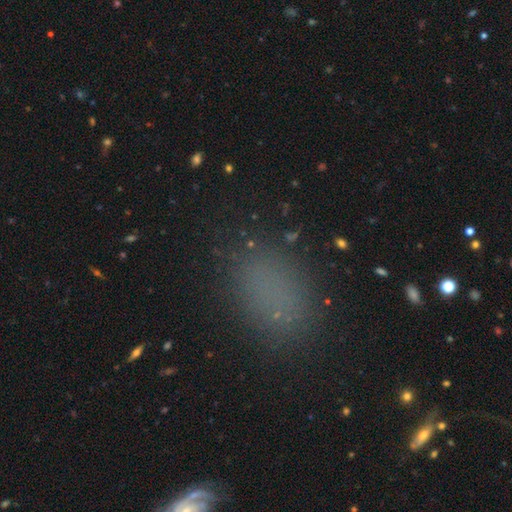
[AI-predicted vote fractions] Morphology: type=smooth (74%); roundness=in between (82%); merging=none (83%).